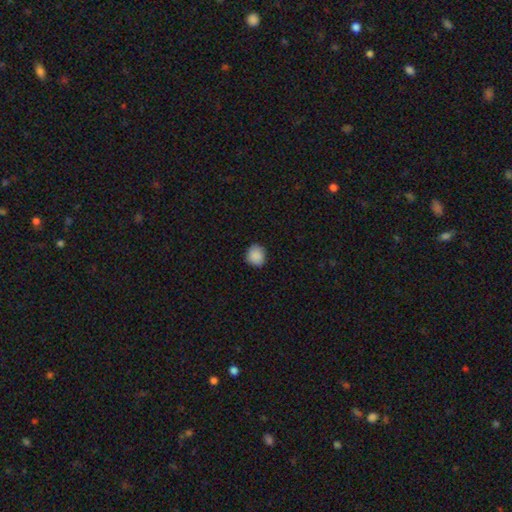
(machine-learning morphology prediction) type=smooth (89%); roundness=round (81%); merging=none (86%).